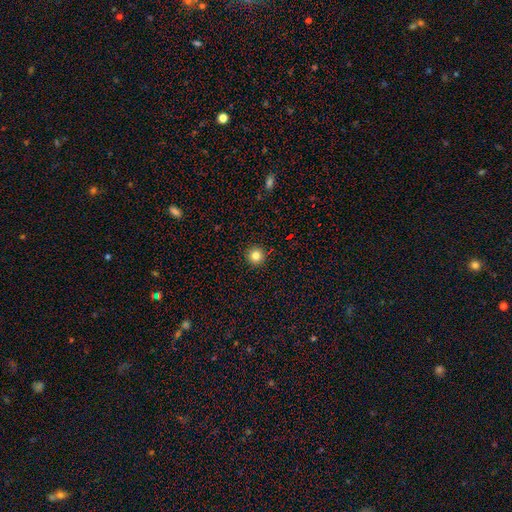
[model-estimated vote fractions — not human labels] The model was most divided on "smooth or featured": smooth: 83%, star or artifact: 12%, featured or disk: 5%. More confident: how rounded — round (96%); merging — none (94%).